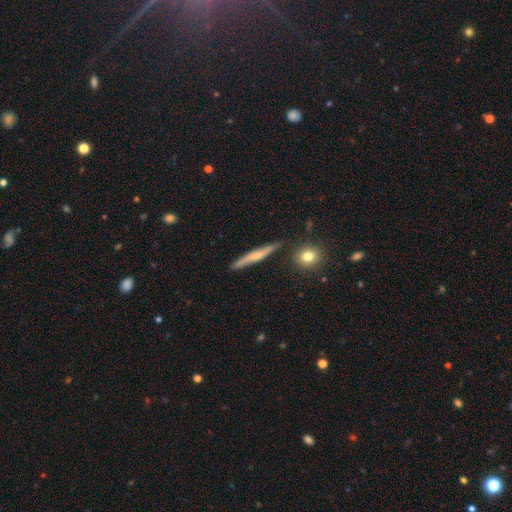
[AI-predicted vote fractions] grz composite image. It shows a featured or disk galaxy (54%) viewed edge-on (90%). Merging: none (83%).